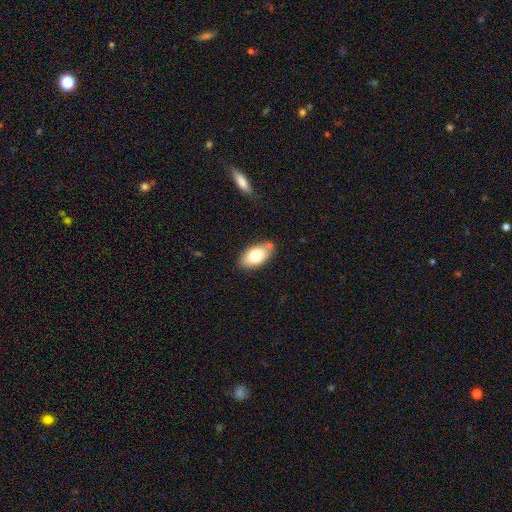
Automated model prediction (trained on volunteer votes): Smooth or featured: smooth — 75% (featured or disk — 18%)
How rounded: in between — 93% (round — 4%)
Merging: none — 77% (minor disturbance — 15%)